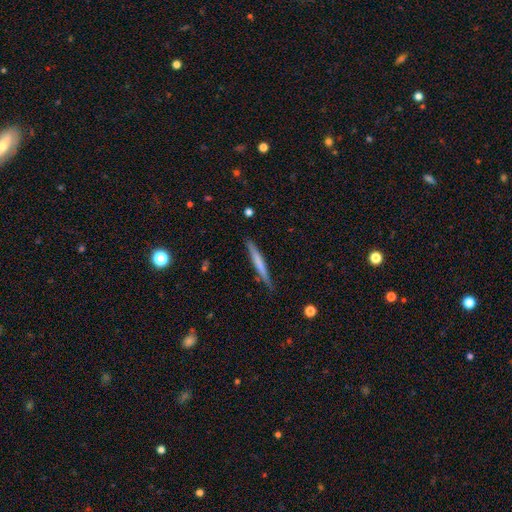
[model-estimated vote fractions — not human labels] Smooth or featured?
  - smooth: 53% *
  - featured or disk: 40%
  - star or artifact: 6%
How rounded?
  - cigar-shaped: 96% *
  - in between: 2%
  - round: 1%
Merging?
  - none: 88% *
  - minor disturbance: 9%
  - major disturbance: 2%
  - merger: 1%